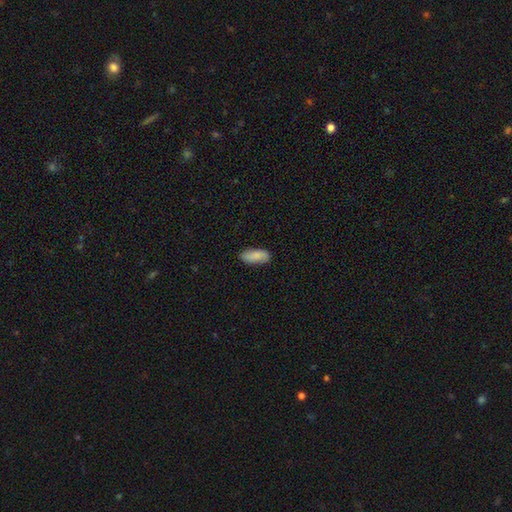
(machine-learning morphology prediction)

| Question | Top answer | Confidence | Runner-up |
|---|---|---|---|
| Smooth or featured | smooth | 86% | featured or disk (8%) |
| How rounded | in between | 85% | cigar-shaped (13%) |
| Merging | none | 83% | minor disturbance (13%) |